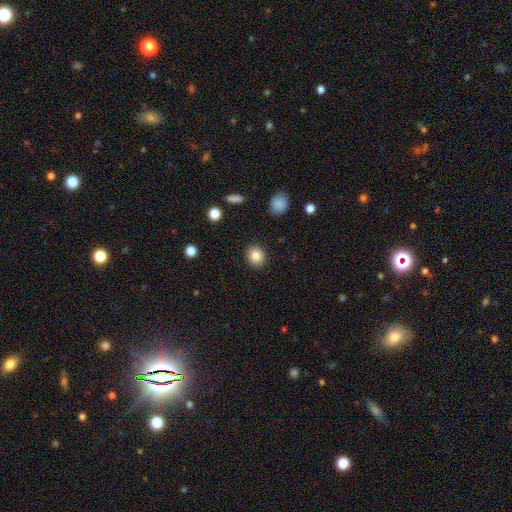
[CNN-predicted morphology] Smooth or featured?
  - smooth: 85% *
  - star or artifact: 9%
  - featured or disk: 6%
How rounded?
  - round: 72% *
  - in between: 27%
  - cigar-shaped: 1%
Merging?
  - none: 91% *
  - minor disturbance: 6%
  - major disturbance: 2%
  - merger: 1%